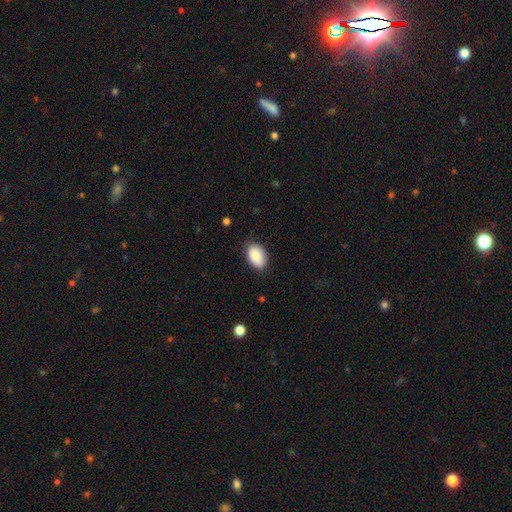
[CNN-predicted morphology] type=smooth (88%); roundness=in between (91%); merging=none (81%).